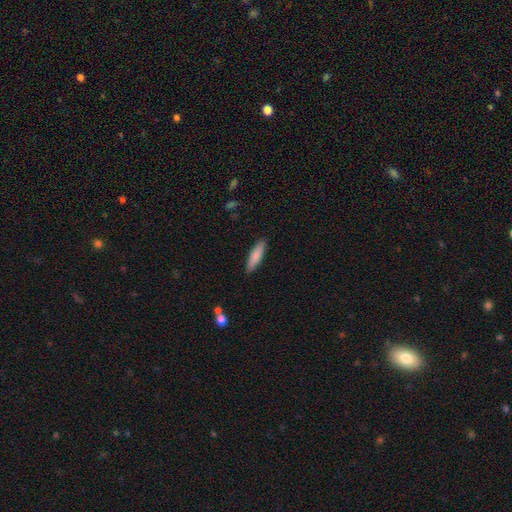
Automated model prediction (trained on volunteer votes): smooth 84%, featured or disk 10%, star or artifact 6%. Down the decision tree: how rounded — cigar-shaped (68%); merging — none (89%).